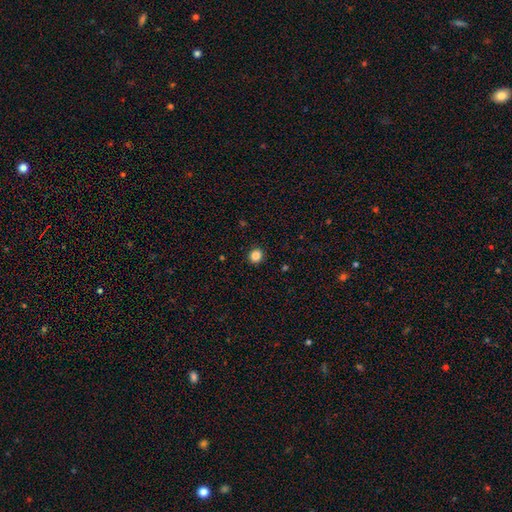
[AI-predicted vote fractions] Smooth or featured: smooth — 85% (star or artifact — 11%)
How rounded: round — 84% (in between — 15%)
Merging: none — 92% (minor disturbance — 5%)